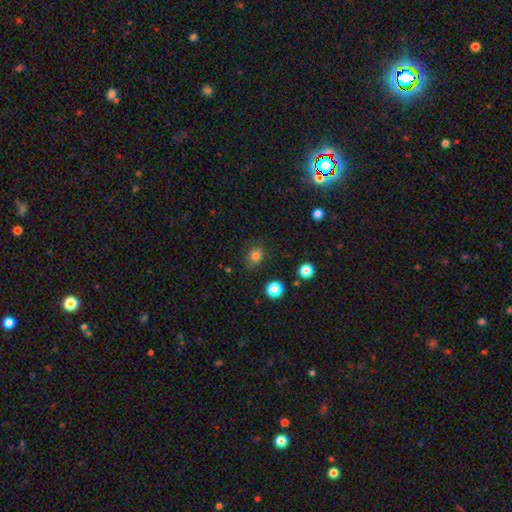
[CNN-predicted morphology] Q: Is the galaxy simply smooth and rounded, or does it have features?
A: smooth — 81%.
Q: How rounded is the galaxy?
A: round — 60%.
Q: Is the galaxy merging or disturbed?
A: none — 79%.